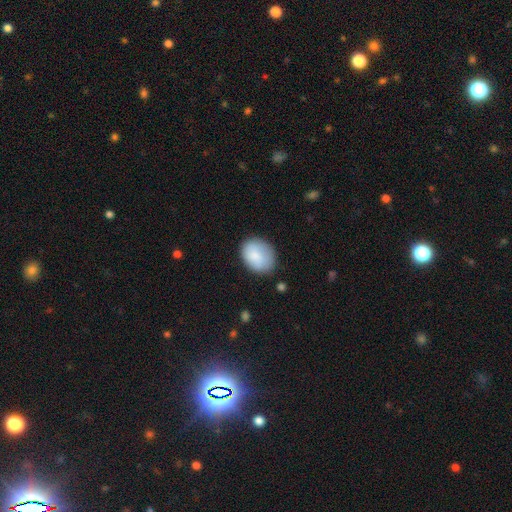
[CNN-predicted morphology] The model was most divided on "how rounded": in between: 63%, round: 36%, cigar-shaped: 1%. More confident: smooth or featured — smooth (84%); merging — none (70%).